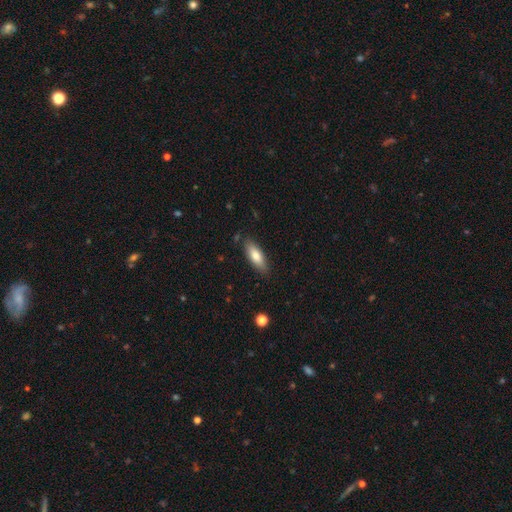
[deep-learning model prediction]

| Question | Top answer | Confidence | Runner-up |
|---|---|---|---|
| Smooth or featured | smooth | 78% | featured or disk (16%) |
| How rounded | in between | 64% | cigar-shaped (34%) |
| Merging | none | 84% | minor disturbance (12%) |